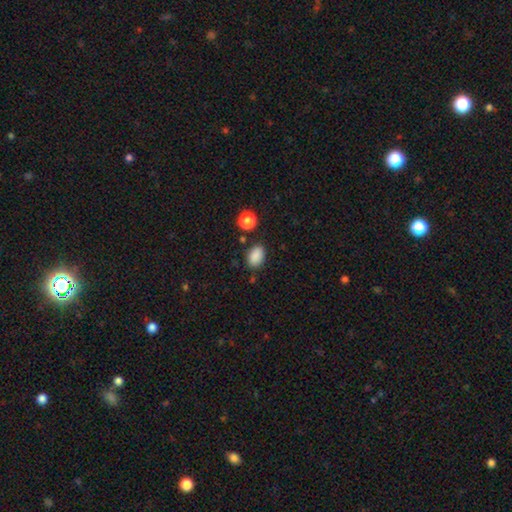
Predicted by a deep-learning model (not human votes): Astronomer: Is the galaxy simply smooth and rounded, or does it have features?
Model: smooth — 87%.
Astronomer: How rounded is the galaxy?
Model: in between — 84%.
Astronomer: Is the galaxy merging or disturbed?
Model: none — 81%.